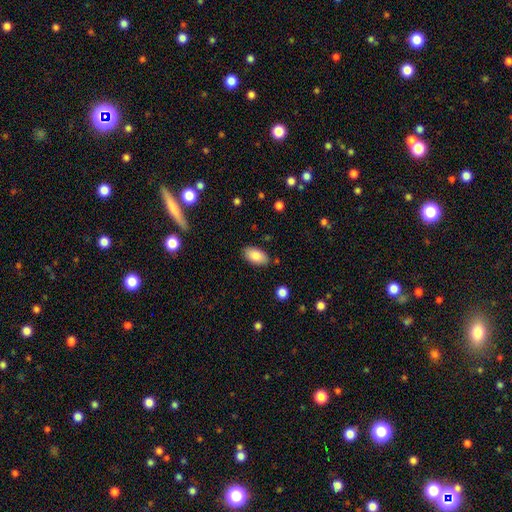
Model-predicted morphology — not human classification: Q: Smooth or featured?
A: smooth (85%); runner-up: featured or disk (8%)
Q: How rounded?
A: in between (94%); runner-up: round (3%)
Q: Merging?
A: none (85%); runner-up: minor disturbance (11%)